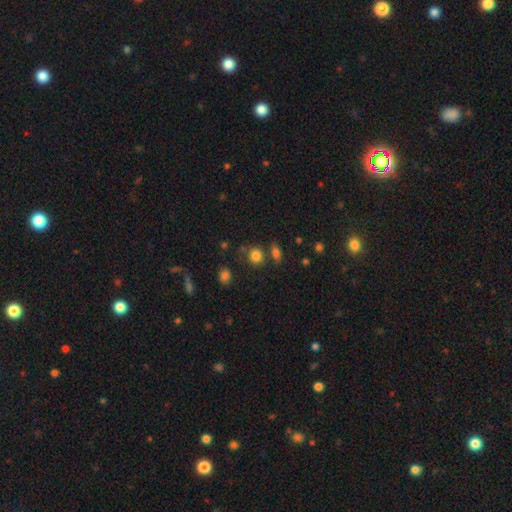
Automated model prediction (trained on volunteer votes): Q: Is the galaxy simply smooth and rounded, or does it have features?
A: smooth — 82%.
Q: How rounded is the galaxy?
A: round — 78%.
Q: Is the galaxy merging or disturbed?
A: none — 70%.